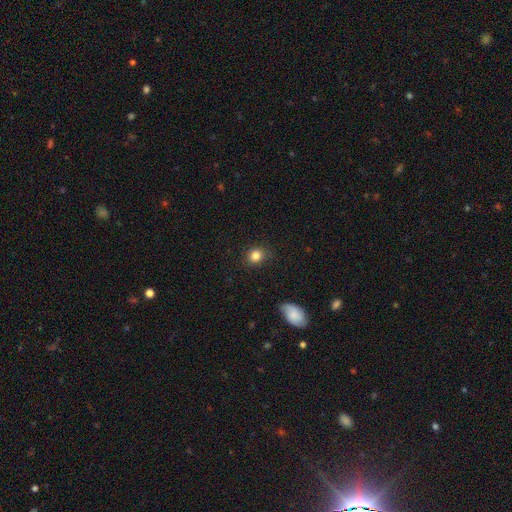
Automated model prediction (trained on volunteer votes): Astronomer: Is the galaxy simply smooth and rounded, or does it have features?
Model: smooth — 84%.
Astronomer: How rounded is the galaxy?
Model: round — 72%.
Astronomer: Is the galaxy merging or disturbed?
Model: none — 85%.